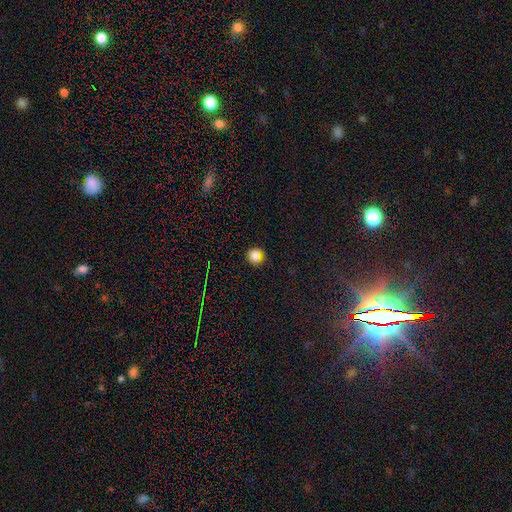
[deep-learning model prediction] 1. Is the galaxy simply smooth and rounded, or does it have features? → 80% smooth, 15% star or artifact, 5% featured or disk.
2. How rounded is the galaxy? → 87% round, 12% in between, 1% cigar-shaped.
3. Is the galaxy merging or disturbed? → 75% none, 17% minor disturbance, 4% major disturbance, 3% merger.